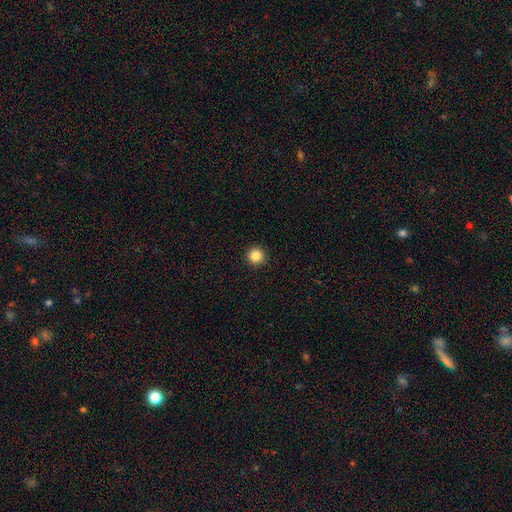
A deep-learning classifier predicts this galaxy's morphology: Smooth or featured? Predicted: smooth (p=0.85). How rounded? Predicted: round (p=0.96). Merging? Predicted: none (p=0.94).